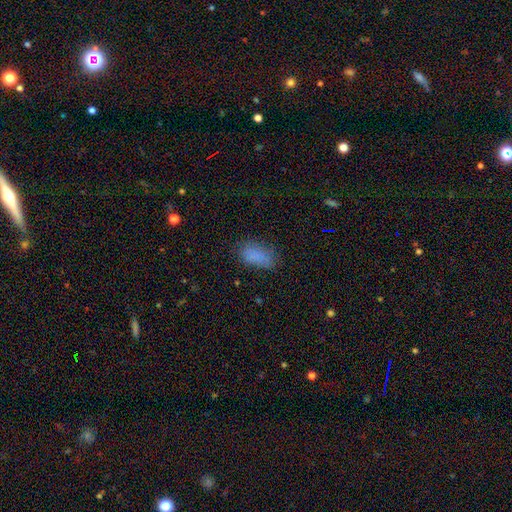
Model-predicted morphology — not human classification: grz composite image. It shows a smooth galaxy with no disk features (82%) that is in between round and cigar-shaped (91%). Merging: none (67%).